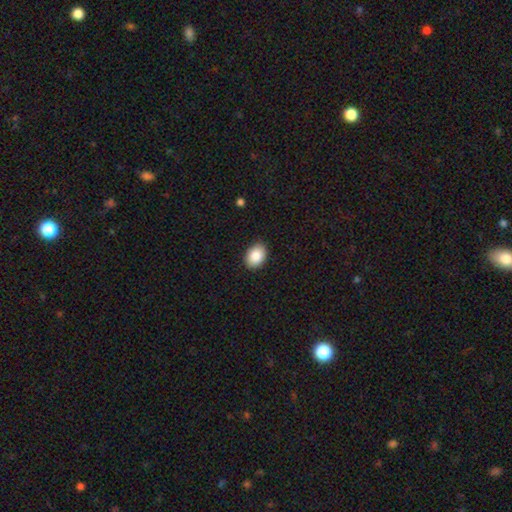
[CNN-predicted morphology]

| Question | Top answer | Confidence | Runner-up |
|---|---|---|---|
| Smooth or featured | smooth | 87% | star or artifact (7%) |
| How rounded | in between | 79% | round (20%) |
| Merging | none | 89% | minor disturbance (8%) |